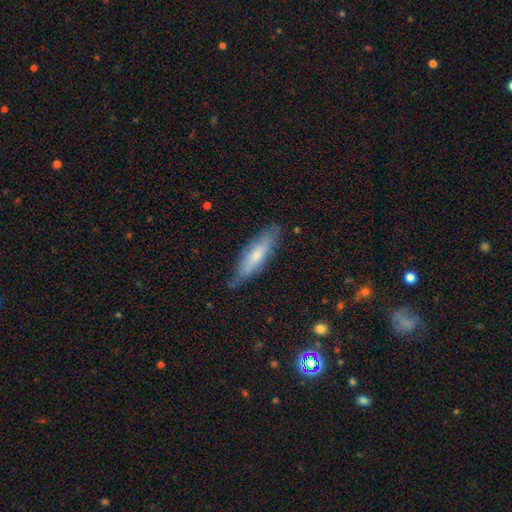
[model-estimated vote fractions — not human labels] Morphology: type=smooth (60%); roundness=cigar-shaped (64%); merging=none (75%).